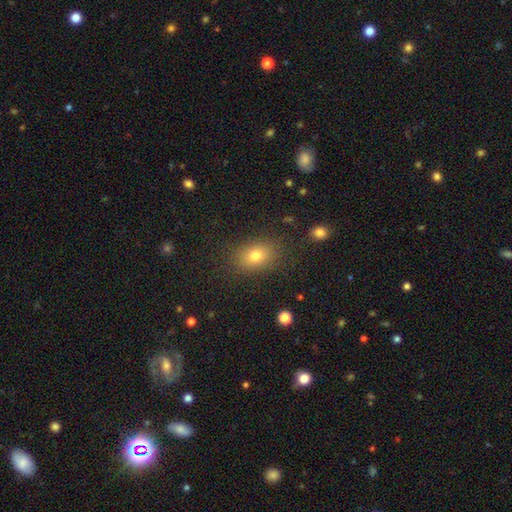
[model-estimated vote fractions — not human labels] smooth 77%, star or artifact 13%, featured or disk 10%. Down the decision tree: how rounded — in between (71%); merging — none (84%).